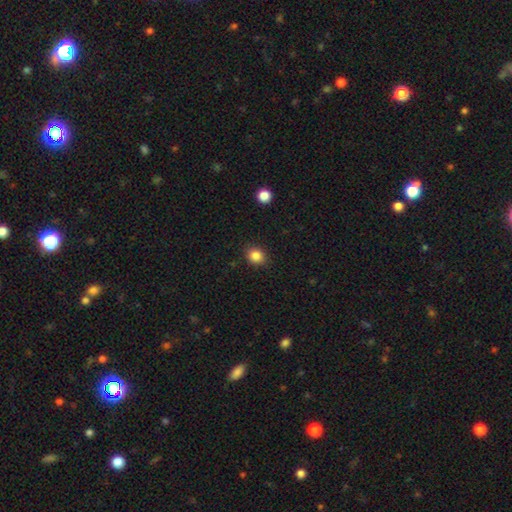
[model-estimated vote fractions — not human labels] Smooth or featured: smooth — 85% (star or artifact — 11%)
How rounded: round — 69% (in between — 31%)
Merging: none — 88% (minor disturbance — 9%)